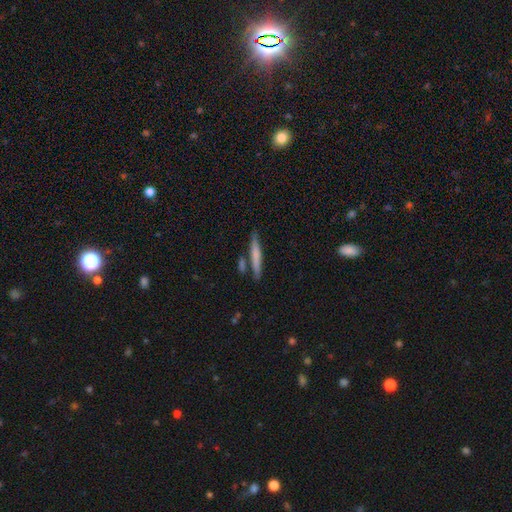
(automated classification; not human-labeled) A smooth galaxy with no disk features (63%) that is cigar-shaped (93%).

Vote fractions:
- Smooth or featured? smooth: 63% / featured or disk: 31% / star or artifact: 6%
- How rounded? cigar-shaped: 93% / in between: 5% / round: 2%
- Merging? none: 77% / minor disturbance: 11% / merger: 9% / major disturbance: 3%